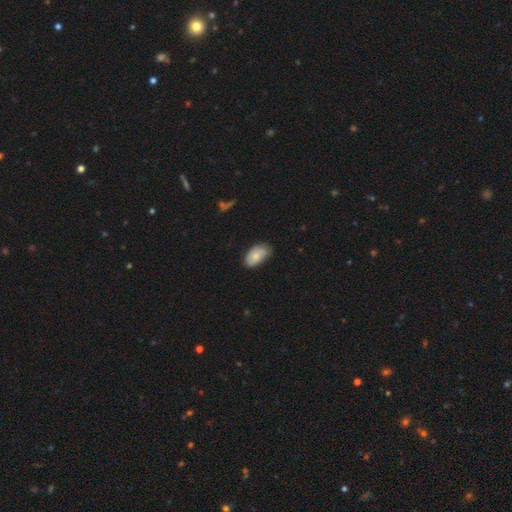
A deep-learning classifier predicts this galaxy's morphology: Q: Smooth or featured?
A: smooth (74%); runner-up: featured or disk (19%)
Q: How rounded?
A: in between (94%); runner-up: round (4%)
Q: Merging?
A: none (61%); runner-up: minor disturbance (32%)